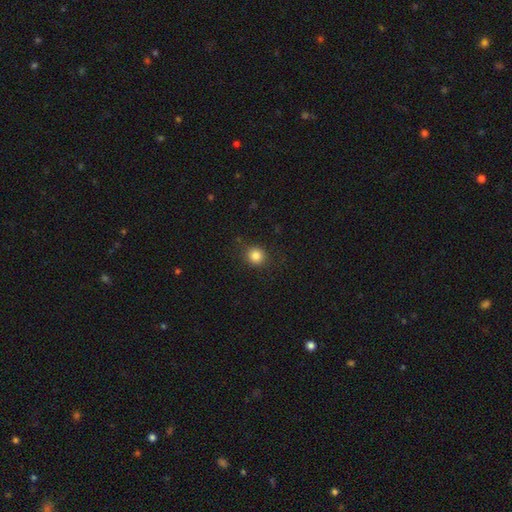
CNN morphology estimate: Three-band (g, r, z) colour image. It shows a smooth galaxy with no disk features (84%) that is round (86%). Merging: none (86%).